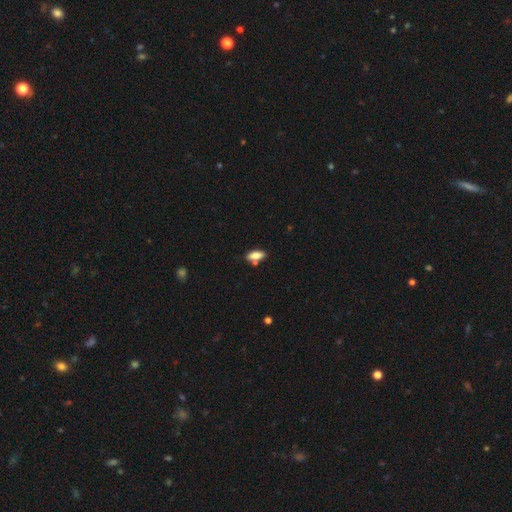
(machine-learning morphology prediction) smooth 77%, featured or disk 15%, star or artifact 7%. Down the decision tree: how rounded — in between (78%); merging — none (68%).